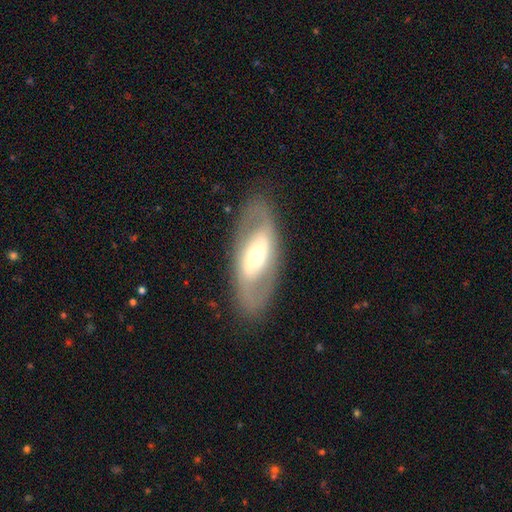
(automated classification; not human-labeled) Smooth or featured? Predicted: featured or disk (p=0.69). Edge-on disk? Predicted: no (p=0.89). Bar? Predicted: no (p=0.37). Spiral arms? Predicted: yes (p=0.56). Bulge size? Predicted: moderate (p=0.56). Merging? Predicted: none (p=0.83).